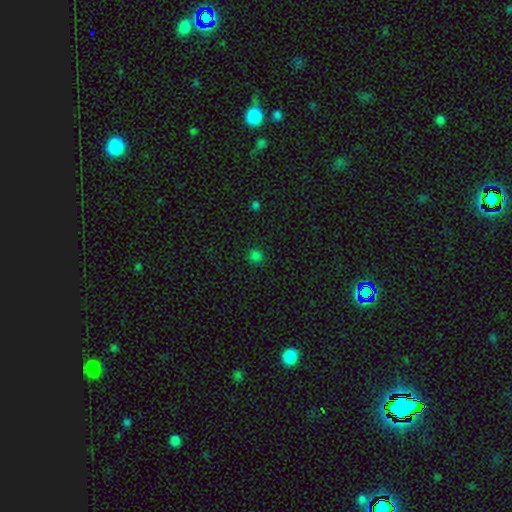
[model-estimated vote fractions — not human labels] This is likely a smooth galaxy (78%). How rounded: clearly round (93%). Merging: clearly none (90%).